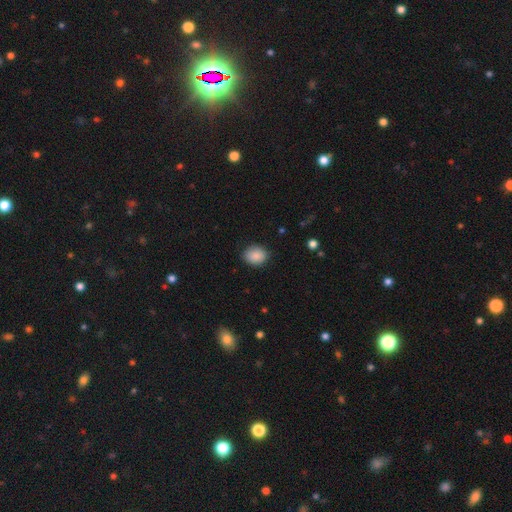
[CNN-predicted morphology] The model was most divided on "how rounded": in between: 51%, round: 48%, cigar-shaped: 1%. More confident: smooth or featured — smooth (88%); merging — none (84%).